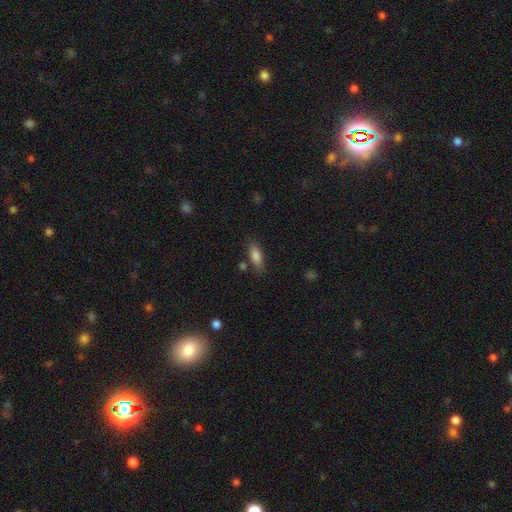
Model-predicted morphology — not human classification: Smooth or featured: smooth — 84% (featured or disk — 8%)
How rounded: in between — 71% (cigar-shaped — 27%)
Merging: none — 76% (minor disturbance — 14%)